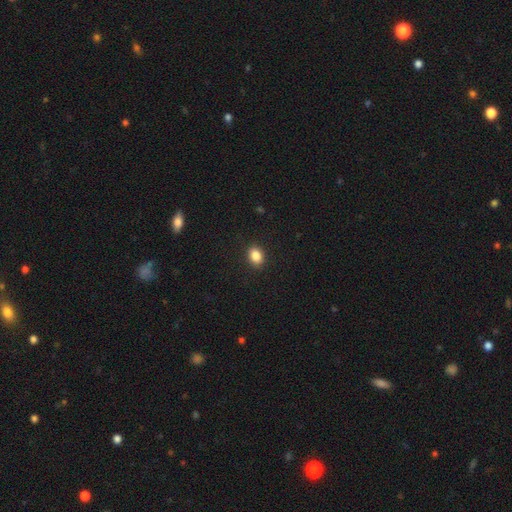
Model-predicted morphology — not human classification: Smooth or featured? Predicted: smooth (p=0.86). How rounded? Predicted: in between (p=0.67). Merging? Predicted: none (p=0.90).